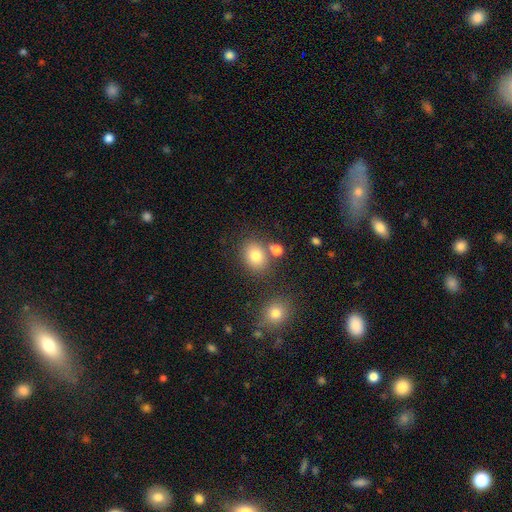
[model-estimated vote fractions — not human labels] smooth 79%, star or artifact 12%, featured or disk 9%. Down the decision tree: how rounded — round (51%); merging — none (70%).